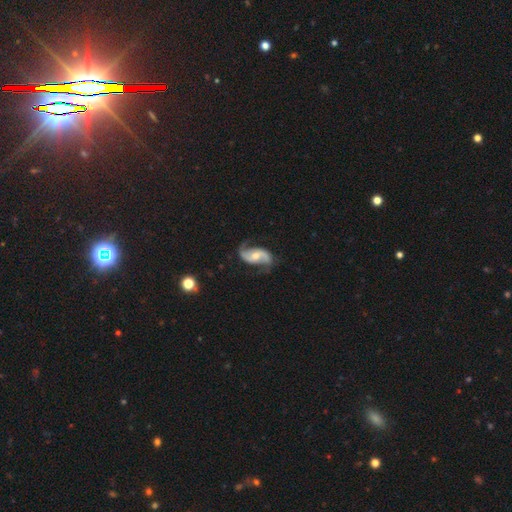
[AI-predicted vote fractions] Overall: featured or disk (87%). Edge-on disk: no (97%). Bar: no (51%; weak 33%). Spiral arms: yes (96%). Spiral arm count: 2 (92%). Spiral winding: loose (55%; medium 35%). Bulge size: moderate (57%; small 37%). Merging: none (75%).